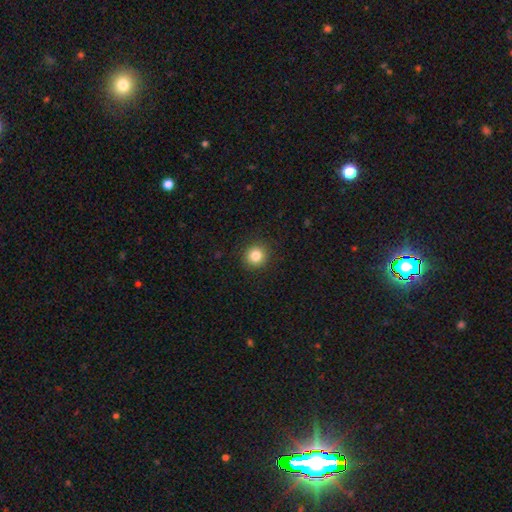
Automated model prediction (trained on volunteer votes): Smooth or featured? Predicted: smooth (p=0.84). How rounded? Predicted: round (p=0.91). Merging? Predicted: none (p=0.91).